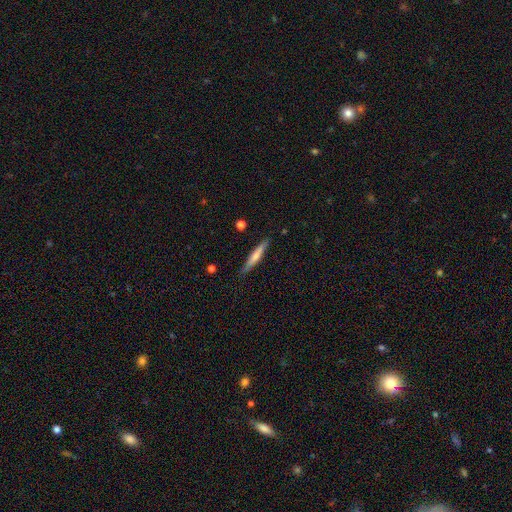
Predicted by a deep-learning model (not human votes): Smooth or featured? smooth (58%)
How rounded? cigar-shaped (93%)
Merging? none (85%)